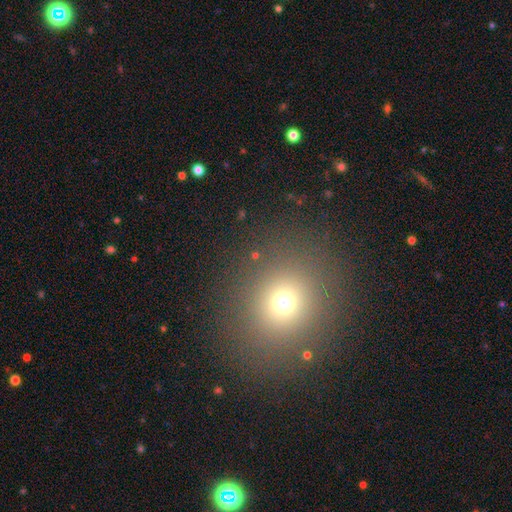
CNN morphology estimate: smooth-or-featured: smooth: 64% | star or artifact: 28% | featured or disk: 9%
  how-rounded: round: 83% | in between: 15% | cigar-shaped: 1%
  merging: none: 85% | minor disturbance: 7% | merger: 4% | major disturbance: 4%